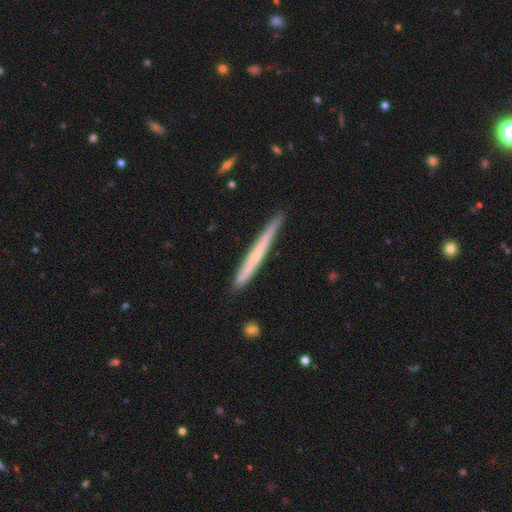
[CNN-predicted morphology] smooth 50%, featured or disk 45%, star or artifact 6%. Down the decision tree: merging — none (87%).